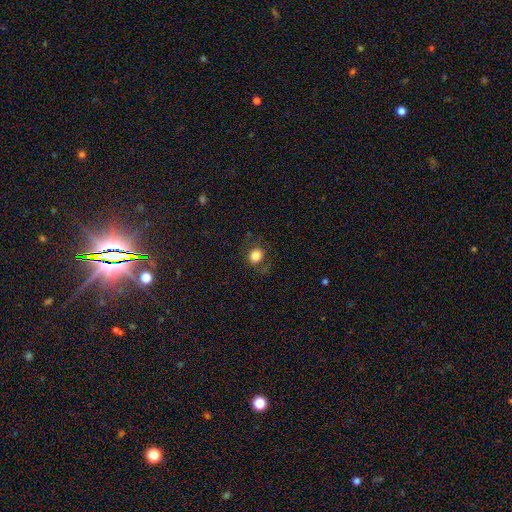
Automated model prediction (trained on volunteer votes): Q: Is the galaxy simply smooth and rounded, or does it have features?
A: smooth — 81%.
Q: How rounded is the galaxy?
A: round — 79%.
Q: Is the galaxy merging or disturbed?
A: none — 81%.